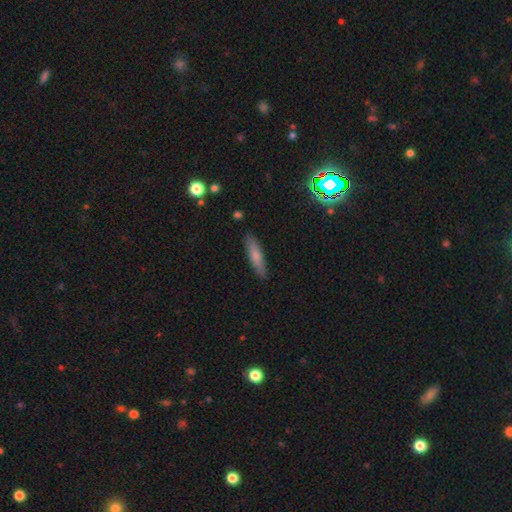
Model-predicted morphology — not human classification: Overall: smooth (73%). How rounded: cigar-shaped (78%). Merging: none (88%).